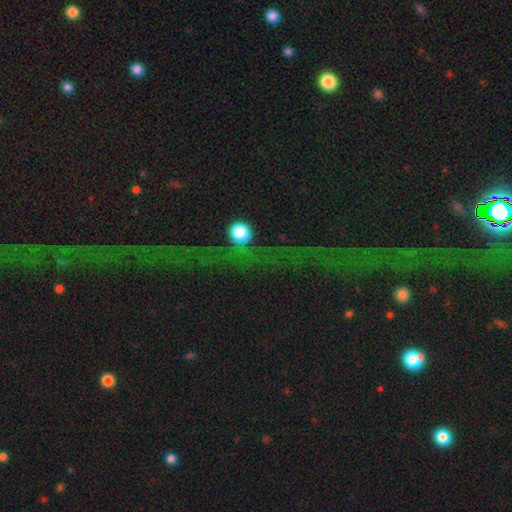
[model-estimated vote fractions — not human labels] Smooth or featured? star or artifact (74%)